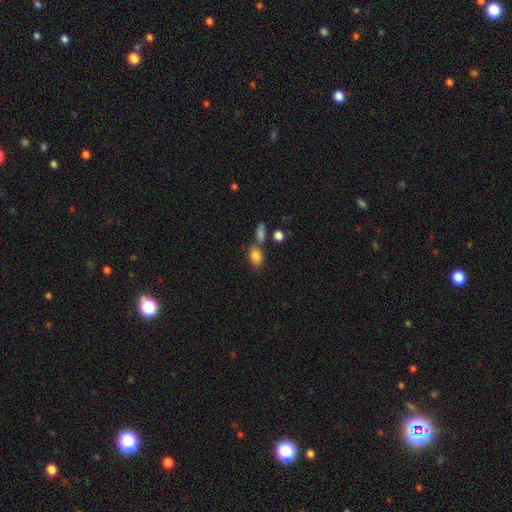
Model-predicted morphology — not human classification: smooth 83%, star or artifact 9%, featured or disk 8%. Down the decision tree: how rounded — in between (77%); merging — none (56%).